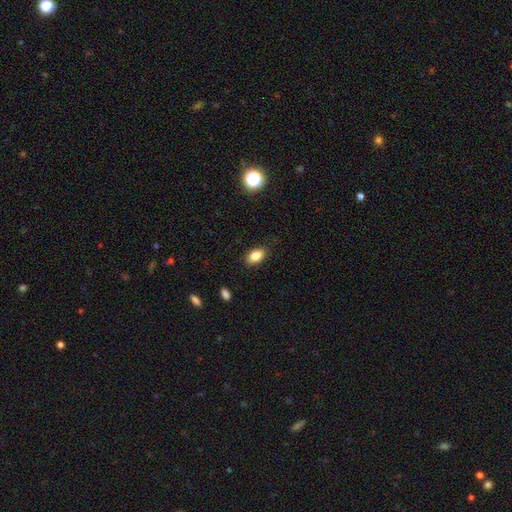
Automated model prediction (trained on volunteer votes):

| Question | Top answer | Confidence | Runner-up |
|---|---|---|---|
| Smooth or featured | smooth | 84% | star or artifact (9%) |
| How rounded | in between | 88% | round (10%) |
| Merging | none | 86% | minor disturbance (10%) |